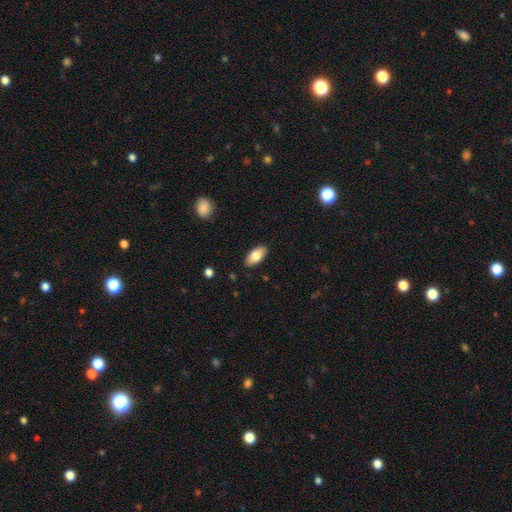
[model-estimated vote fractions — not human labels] Smooth or featured?
  - smooth: 79% *
  - featured or disk: 15%
  - star or artifact: 6%
How rounded?
  - in between: 91% *
  - cigar-shaped: 7%
  - round: 3%
Merging?
  - none: 87% *
  - minor disturbance: 10%
  - major disturbance: 2%
  - merger: 1%